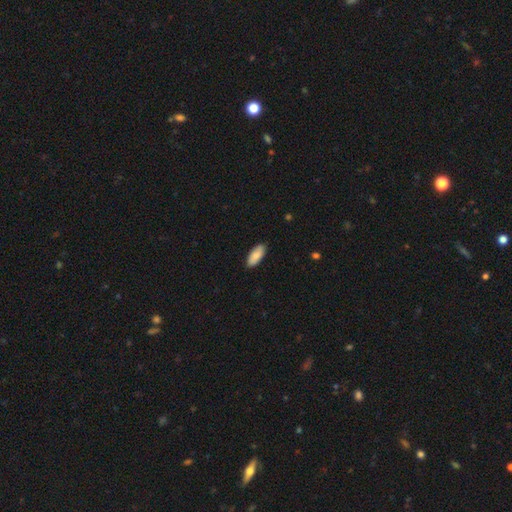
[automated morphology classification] Overall: smooth (86%). How rounded: in between (83%). Merging: none (89%).